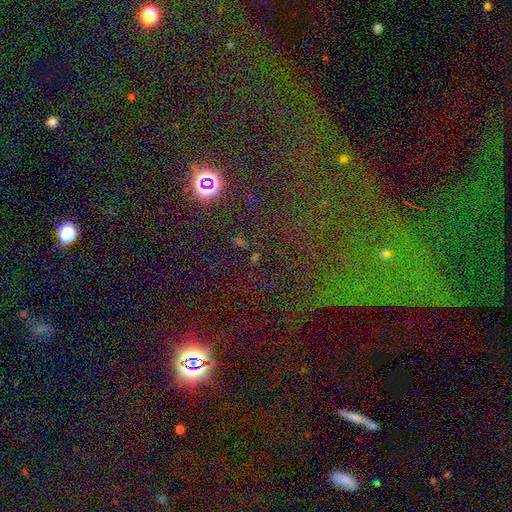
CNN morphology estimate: The model was most divided on "smooth or featured": star or artifact: 72%, smooth: 19%, featured or disk: 9%.